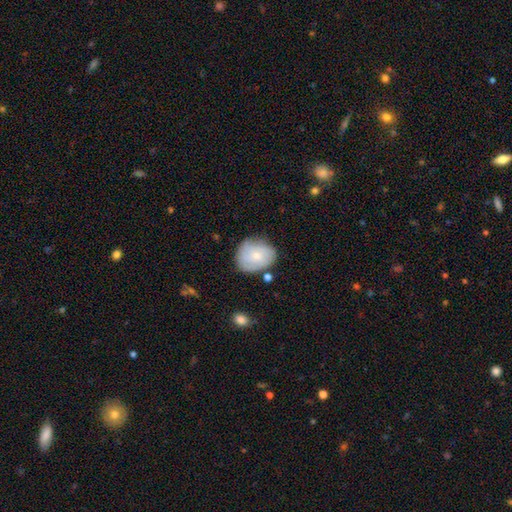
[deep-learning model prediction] This appears to be a smooth galaxy with no disk features (54%) that is round (55%). Merging: none (69%).